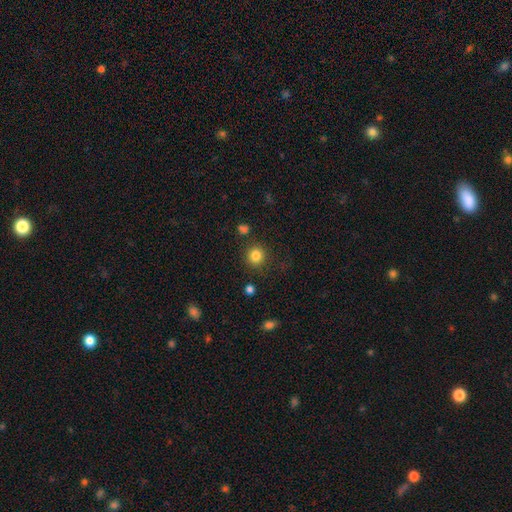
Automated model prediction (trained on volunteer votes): Q: Smooth or featured?
A: smooth (83%); runner-up: star or artifact (12%)
Q: How rounded?
A: round (92%); runner-up: in between (7%)
Q: Merging?
A: none (86%); runner-up: minor disturbance (8%)